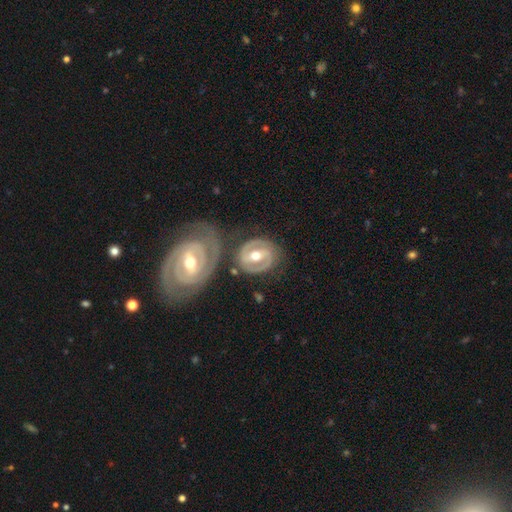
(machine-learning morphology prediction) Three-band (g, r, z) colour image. It shows a featured or disk galaxy (80%) with a strong bar (55%), 2 (84%) tight (57%) spiral arms (84%) and a moderate central bulge (77%). Merging: none (62%).